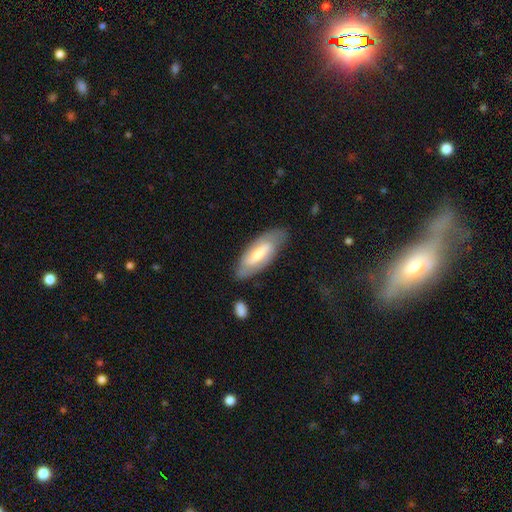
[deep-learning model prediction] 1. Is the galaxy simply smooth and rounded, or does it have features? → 54% featured or disk, 41% smooth, 5% star or artifact.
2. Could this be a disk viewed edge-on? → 85% no, 15% yes.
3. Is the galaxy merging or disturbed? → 77% none, 16% minor disturbance, 5% major disturbance, 2% merger.